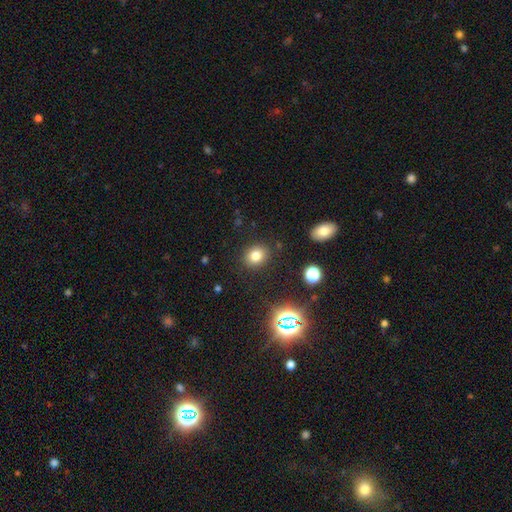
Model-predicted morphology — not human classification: Overall: smooth (78%). How rounded: round (55%; in between 44%). Merging: none (87%).